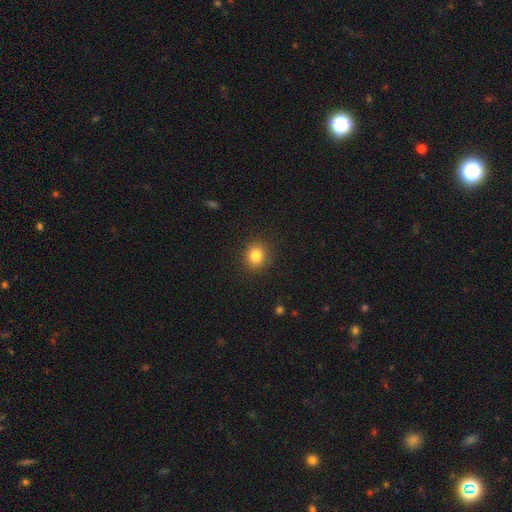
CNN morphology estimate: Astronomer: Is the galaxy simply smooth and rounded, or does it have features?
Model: smooth — 83%.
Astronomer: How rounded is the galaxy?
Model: round — 82%.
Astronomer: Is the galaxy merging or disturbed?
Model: none — 90%.